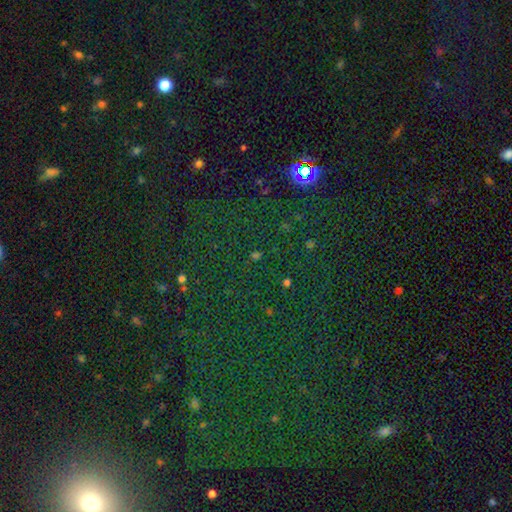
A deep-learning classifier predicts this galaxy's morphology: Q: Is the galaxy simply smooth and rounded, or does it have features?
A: star or artifact — 64%.